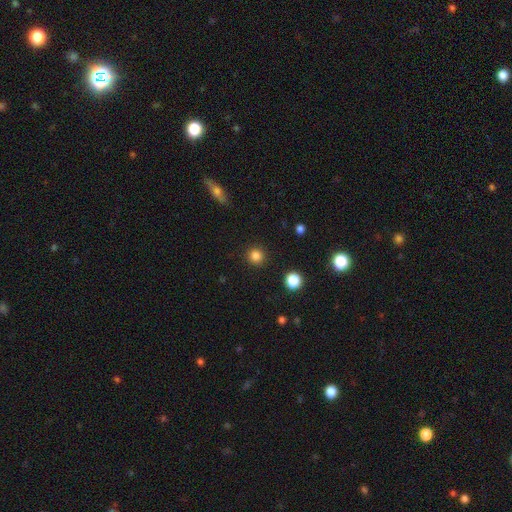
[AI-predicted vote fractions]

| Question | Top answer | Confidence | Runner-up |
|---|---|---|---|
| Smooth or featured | smooth | 83% | star or artifact (13%) |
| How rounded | round | 94% | in between (5%) |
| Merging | none | 92% | minor disturbance (5%) |